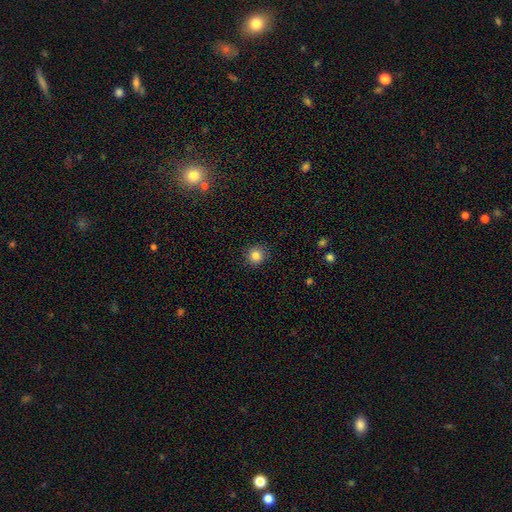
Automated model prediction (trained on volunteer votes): smooth-or-featured: smooth: 83% | star or artifact: 11% | featured or disk: 5%
  how-rounded: round: 91% | in between: 8% | cigar-shaped: 1%
  merging: none: 90% | minor disturbance: 7% | major disturbance: 2% | merger: 1%